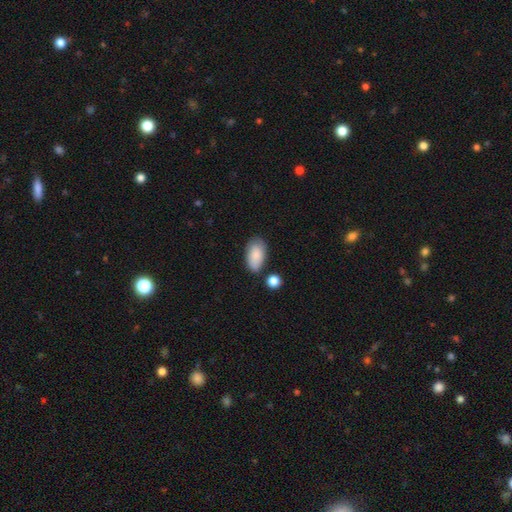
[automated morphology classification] Smooth or featured? smooth (85%)
How rounded? in between (94%)
Merging? none (69%)